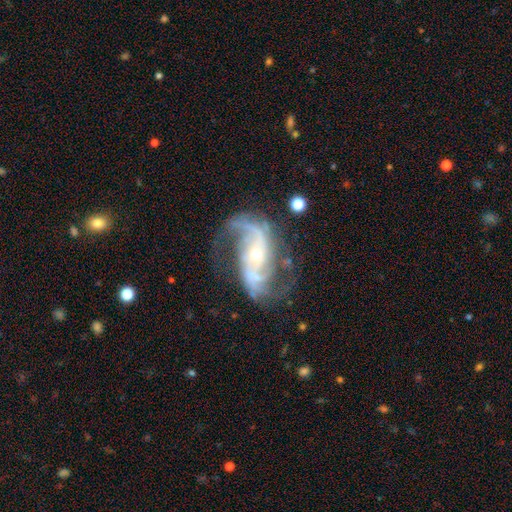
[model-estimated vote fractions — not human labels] A featured or disk galaxy (90%) with no bar (51%), 2 (79%) medium (45%) spiral arms (97%) and a small central bulge (61%). Merging: none (63%).